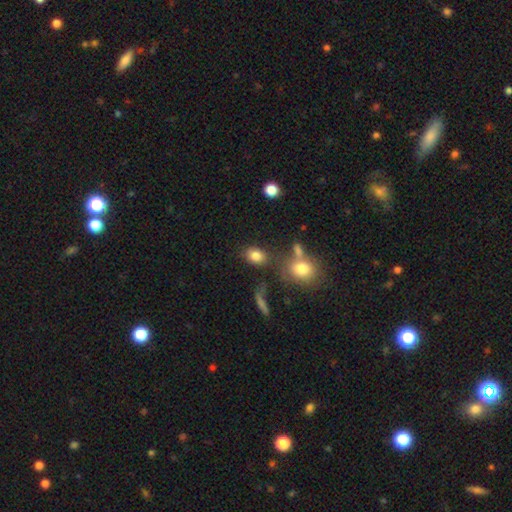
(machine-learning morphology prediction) The model was most divided on "how rounded": in between: 65%, round: 33%, cigar-shaped: 2%. More confident: smooth or featured — smooth (82%); merging — none (68%).